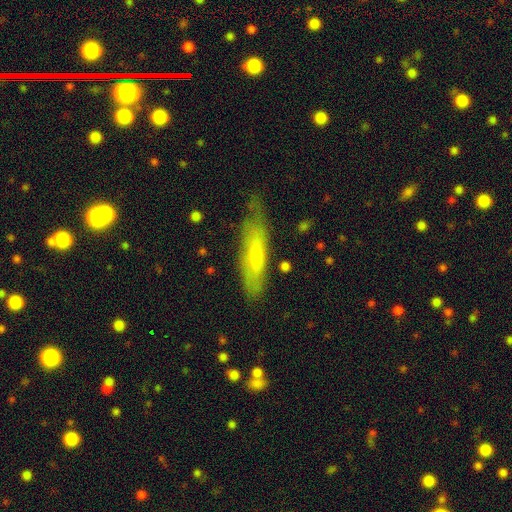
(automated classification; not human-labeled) Smooth or featured: smooth — 64% (featured or disk — 30%)
How rounded: cigar-shaped — 72% (in between — 26%)
Merging: none — 63% (minor disturbance — 26%)